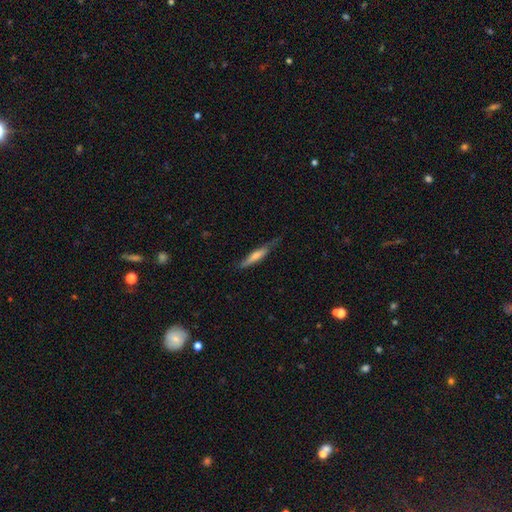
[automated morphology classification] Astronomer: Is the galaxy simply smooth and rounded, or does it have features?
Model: featured or disk — 48% (runner-up: smooth, 46%).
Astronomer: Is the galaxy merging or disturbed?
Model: none — 67%.